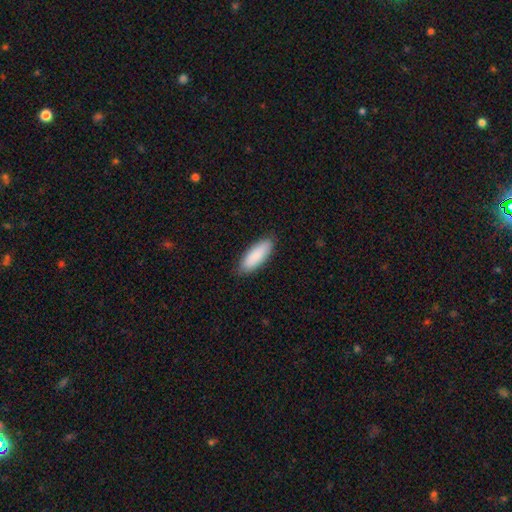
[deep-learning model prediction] The model was most divided on "how rounded": in between: 64%, cigar-shaped: 35%, round: 2%. More confident: smooth or featured — smooth (88%); merging — none (87%).